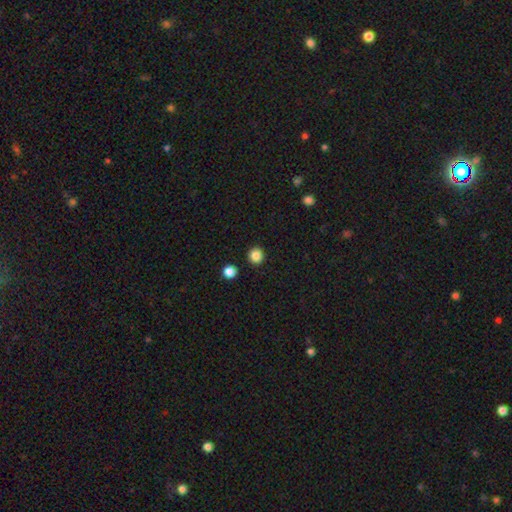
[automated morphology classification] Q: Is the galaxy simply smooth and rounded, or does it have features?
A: smooth — 86%.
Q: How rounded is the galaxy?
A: round — 92%.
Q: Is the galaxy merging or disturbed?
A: none — 91%.